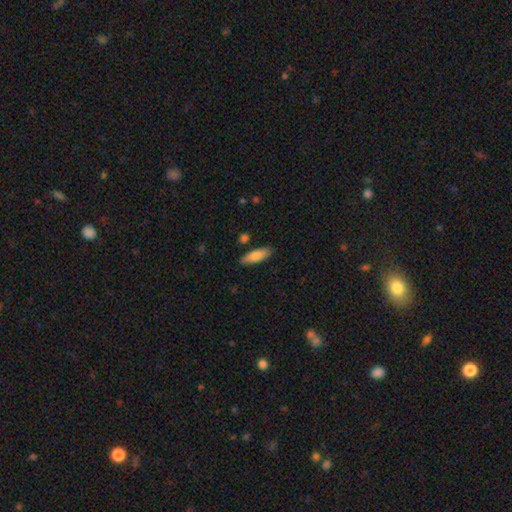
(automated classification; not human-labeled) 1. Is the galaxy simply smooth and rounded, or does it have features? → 82% smooth, 12% featured or disk, 6% star or artifact.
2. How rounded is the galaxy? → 57% in between, 41% cigar-shaped, 2% round.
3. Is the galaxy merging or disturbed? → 84% none, 11% minor disturbance, 3% merger, 2% major disturbance.